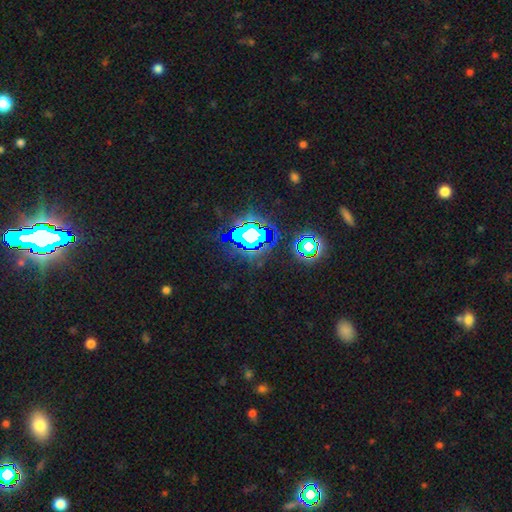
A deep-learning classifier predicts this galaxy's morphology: smooth-or-featured: star or artifact: 80% | smooth: 12% | featured or disk: 8%